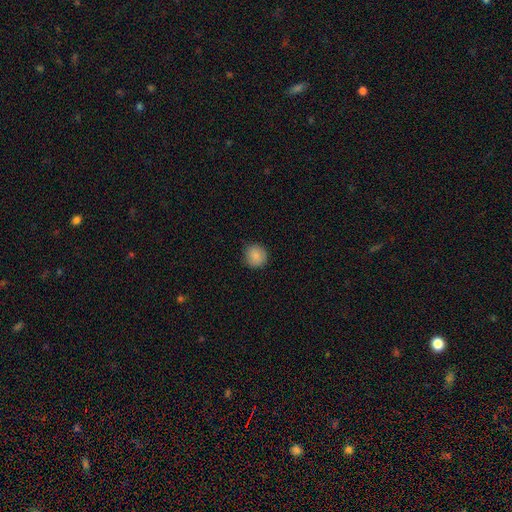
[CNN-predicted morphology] Smooth or featured? Predicted: smooth (p=0.86). How rounded? Predicted: round (p=0.93). Merging? Predicted: none (p=0.87).